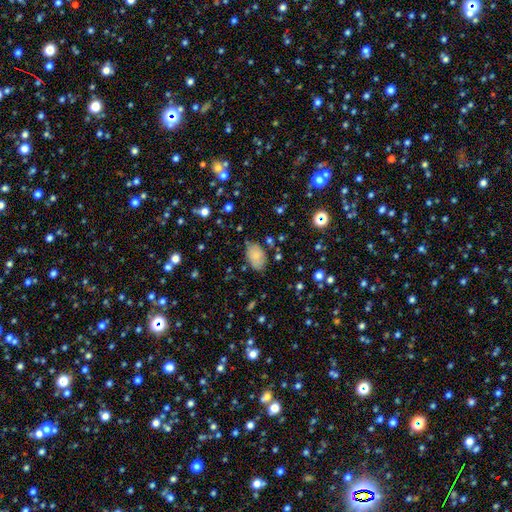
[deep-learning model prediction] This is likely a smooth galaxy (77%). How rounded: clearly in between (89%). Merging: likely none (76%).